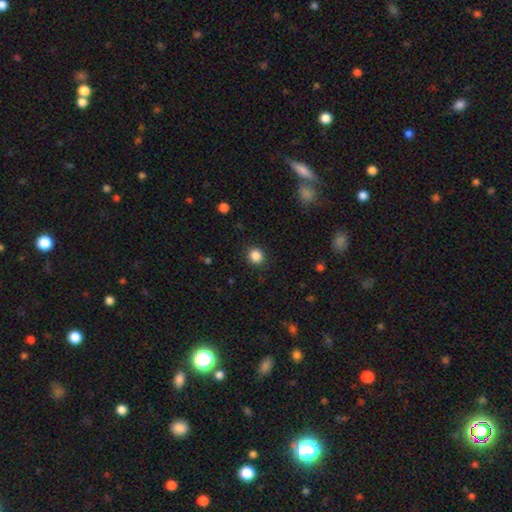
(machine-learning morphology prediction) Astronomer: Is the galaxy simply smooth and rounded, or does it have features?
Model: smooth — 86%.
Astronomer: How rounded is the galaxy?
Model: round — 81%.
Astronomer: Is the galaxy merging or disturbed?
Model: none — 89%.